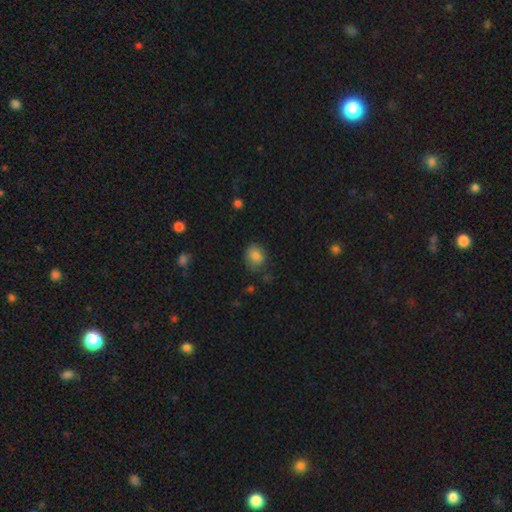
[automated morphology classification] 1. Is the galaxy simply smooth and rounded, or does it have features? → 84% smooth, 9% star or artifact, 7% featured or disk.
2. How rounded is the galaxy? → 50% round, 49% in between, 1% cigar-shaped.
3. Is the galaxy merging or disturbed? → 73% none, 20% minor disturbance, 5% major disturbance, 2% merger.